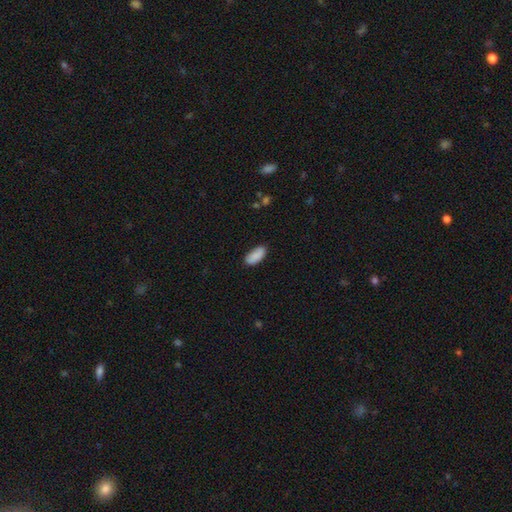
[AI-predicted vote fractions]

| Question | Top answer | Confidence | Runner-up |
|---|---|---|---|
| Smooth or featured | smooth | 89% | star or artifact (6%) |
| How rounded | in between | 90% | cigar-shaped (8%) |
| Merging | none | 83% | minor disturbance (13%) |